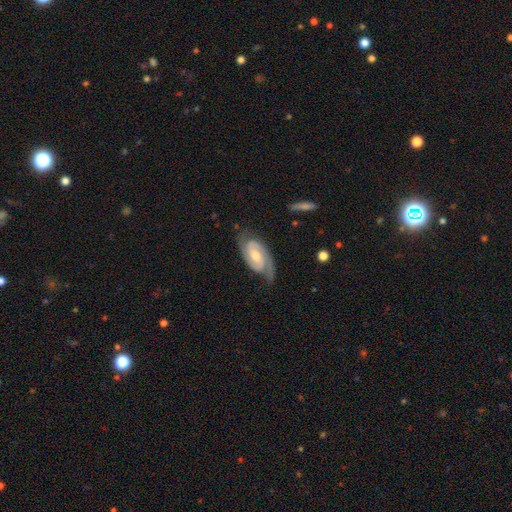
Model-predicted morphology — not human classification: Q: Smooth or featured?
A: featured or disk (87%); runner-up: smooth (9%)
Q: Edge-on disk?
A: no (96%); runner-up: yes (4%)
Q: Bar?
A: weak (43%); tied with: no (43%)
Q: Spiral arms?
A: yes (97%); runner-up: no (3%)
Q: Spiral winding?
A: tight (53%); runner-up: medium (40%)
Q: Spiral arm count?
A: 2 (89%); runner-up: can't tell (5%)
Q: Bulge size?
A: moderate (52%); runner-up: small (39%)
Q: Merging?
A: none (73%); runner-up: minor disturbance (19%)